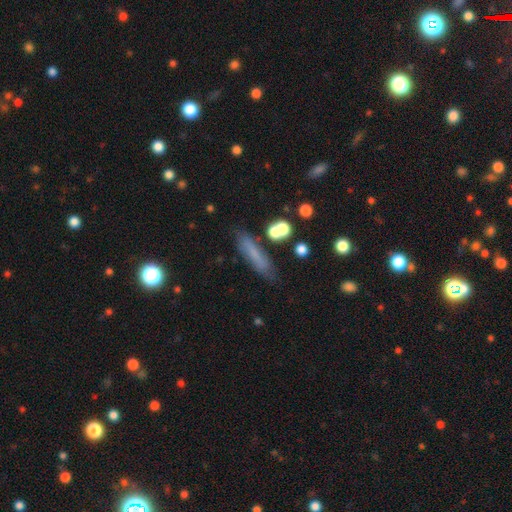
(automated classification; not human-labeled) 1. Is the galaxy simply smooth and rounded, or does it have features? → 68% smooth, 21% featured or disk, 11% star or artifact.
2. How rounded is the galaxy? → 77% cigar-shaped, 20% in between, 4% round.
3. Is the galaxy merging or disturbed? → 75% none, 15% minor disturbance, 5% merger, 5% major disturbance.